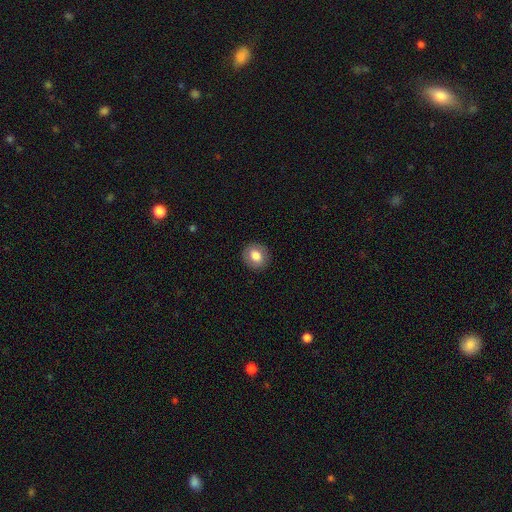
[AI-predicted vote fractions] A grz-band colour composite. It shows a smooth galaxy with no disk features (78%) that is round (78%). Merging: none (89%).